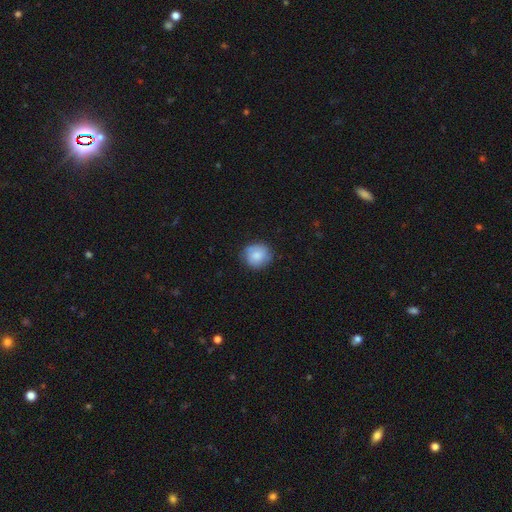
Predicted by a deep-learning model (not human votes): Q: Smooth or featured?
A: smooth (81%); runner-up: featured or disk (12%)
Q: How rounded?
A: round (86%); runner-up: in between (13%)
Q: Merging?
A: none (80%); runner-up: minor disturbance (15%)